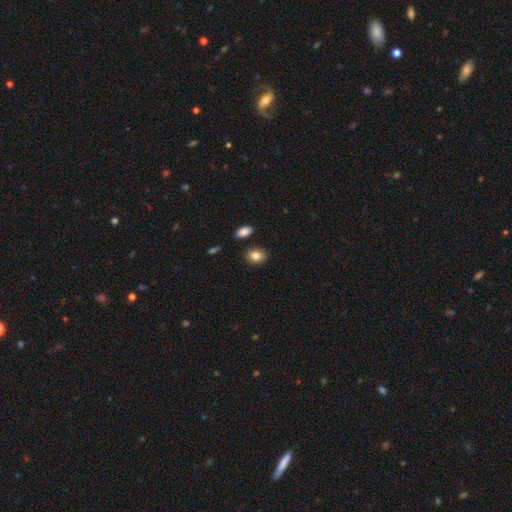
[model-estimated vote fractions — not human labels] Smooth or featured? smooth (84%)
How rounded? in between (58%)
Merging? none (85%)